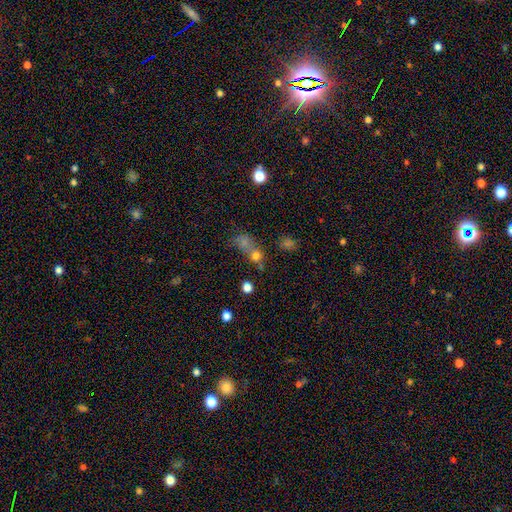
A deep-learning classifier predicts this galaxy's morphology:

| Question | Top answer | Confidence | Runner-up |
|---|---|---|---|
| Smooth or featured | smooth | 64% | star or artifact (22%) |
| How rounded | round | 70% | in between (27%) |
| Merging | merger | 49% | none (34%) |